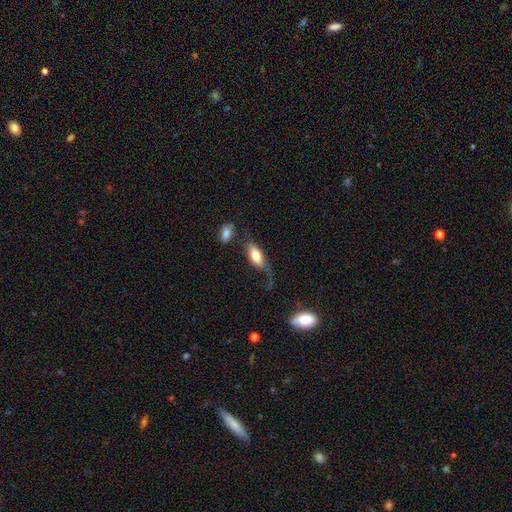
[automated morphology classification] smooth-or-featured: smooth: 68% | featured or disk: 25% | star or artifact: 7%
  how-rounded: in between: 83% | cigar-shaped: 13% | round: 4%
  merging: none: 36% | major disturbance: 32% | minor disturbance: 23% | merger: 9%